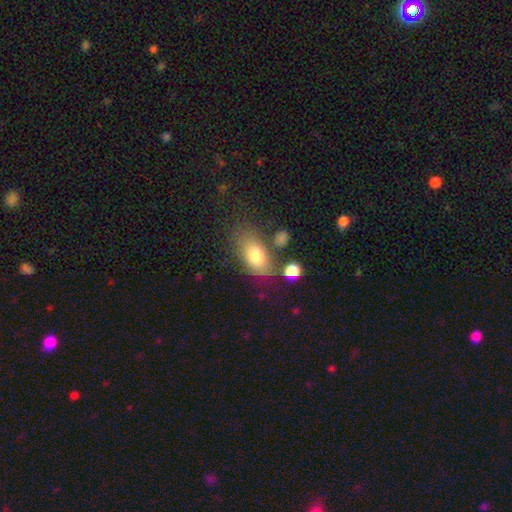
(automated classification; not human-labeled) Smooth or featured?
  - smooth: 75% *
  - featured or disk: 16%
  - star or artifact: 9%
How rounded?
  - in between: 88% *
  - round: 9%
  - cigar-shaped: 3%
Merging?
  - none: 57% *
  - minor disturbance: 22%
  - major disturbance: 12%
  - merger: 9%